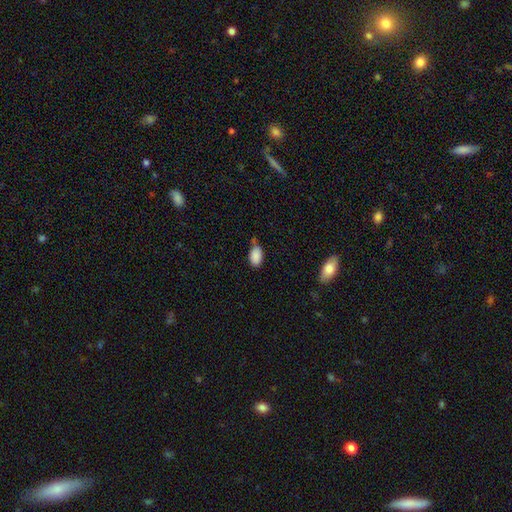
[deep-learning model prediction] Smooth or featured: smooth — 88% (star or artifact — 8%)
How rounded: in between — 93% (round — 5%)
Merging: none — 58% (minor disturbance — 28%)